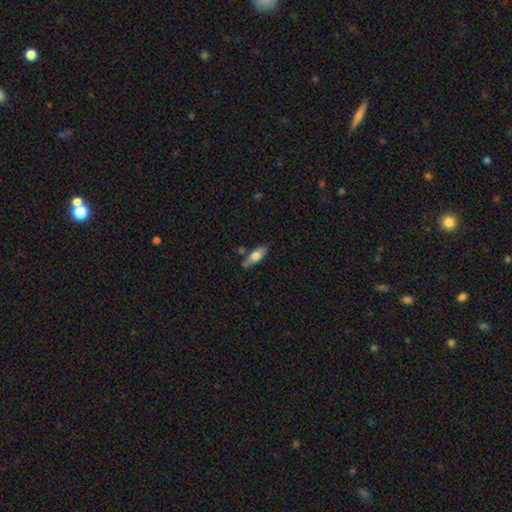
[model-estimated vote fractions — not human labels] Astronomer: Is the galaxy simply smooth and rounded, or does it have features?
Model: smooth — 62%.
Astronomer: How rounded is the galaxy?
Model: in between — 62%.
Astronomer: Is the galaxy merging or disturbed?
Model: none — 70%.